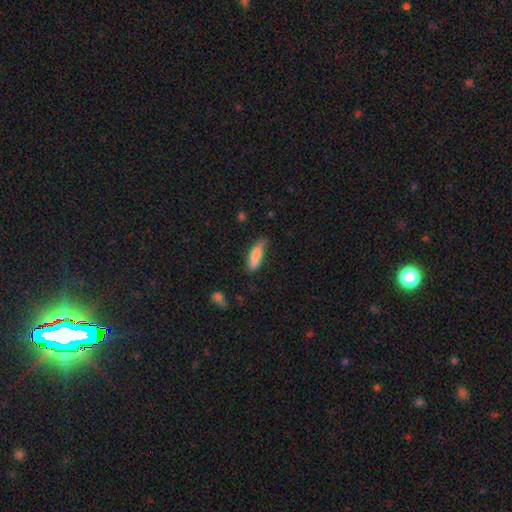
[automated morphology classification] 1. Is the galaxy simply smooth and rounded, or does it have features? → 76% smooth, 18% featured or disk, 6% star or artifact.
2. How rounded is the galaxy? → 56% cigar-shaped, 42% in between, 2% round.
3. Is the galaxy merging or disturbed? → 57% none, 32% minor disturbance, 8% major disturbance, 3% merger.